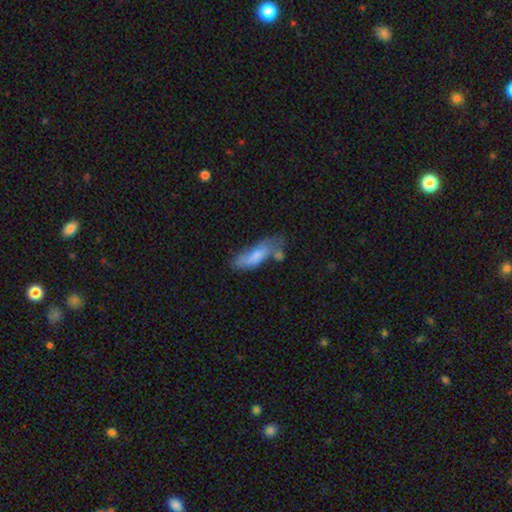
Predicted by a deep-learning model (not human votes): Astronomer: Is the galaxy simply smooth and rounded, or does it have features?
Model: smooth — 69%.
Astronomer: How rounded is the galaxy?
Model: in between — 59% (runner-up: cigar-shaped, 39%).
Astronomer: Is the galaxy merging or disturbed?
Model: none — 35% (runner-up: minor disturbance, 28%).